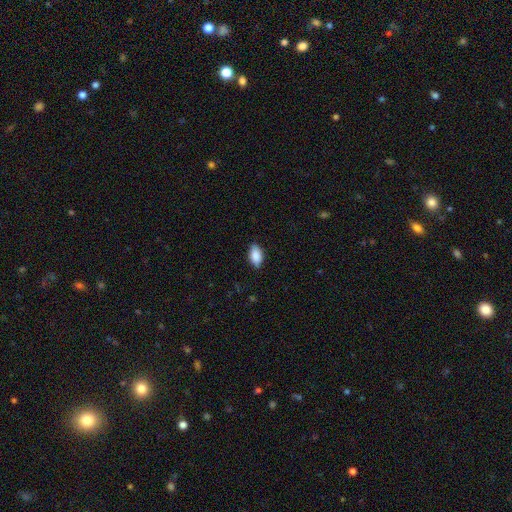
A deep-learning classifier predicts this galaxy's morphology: Q: Smooth or featured?
A: smooth (88%); runner-up: star or artifact (7%)
Q: How rounded?
A: in between (93%); runner-up: round (4%)
Q: Merging?
A: none (84%); runner-up: minor disturbance (12%)